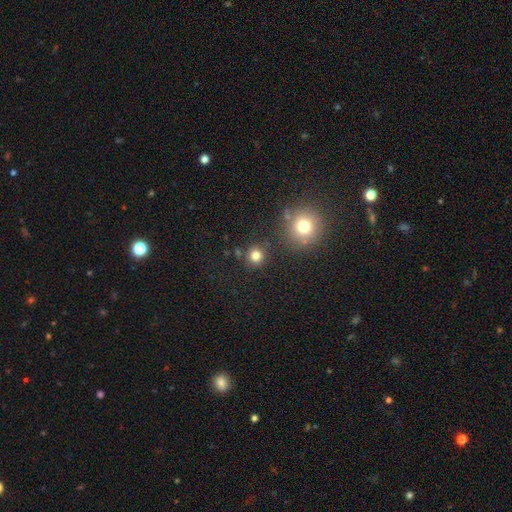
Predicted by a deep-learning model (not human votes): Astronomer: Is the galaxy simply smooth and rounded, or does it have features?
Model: smooth — 79%.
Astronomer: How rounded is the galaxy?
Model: round — 93%.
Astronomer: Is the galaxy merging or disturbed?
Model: none — 85%.